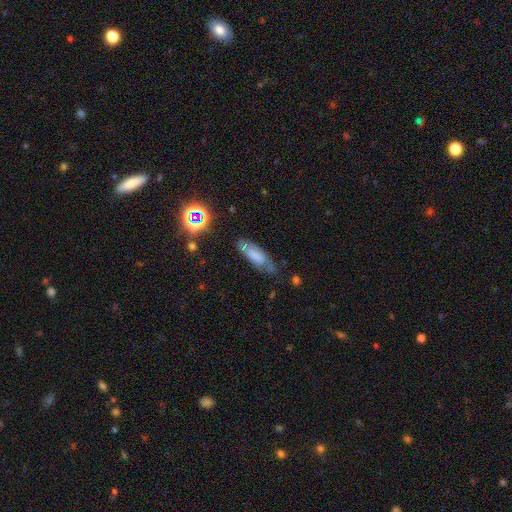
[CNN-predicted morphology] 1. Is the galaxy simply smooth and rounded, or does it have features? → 63% smooth, 26% featured or disk, 11% star or artifact.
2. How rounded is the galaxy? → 58% in between, 40% cigar-shaped, 2% round.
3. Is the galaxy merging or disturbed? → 56% none, 29% minor disturbance, 10% major disturbance, 5% merger.